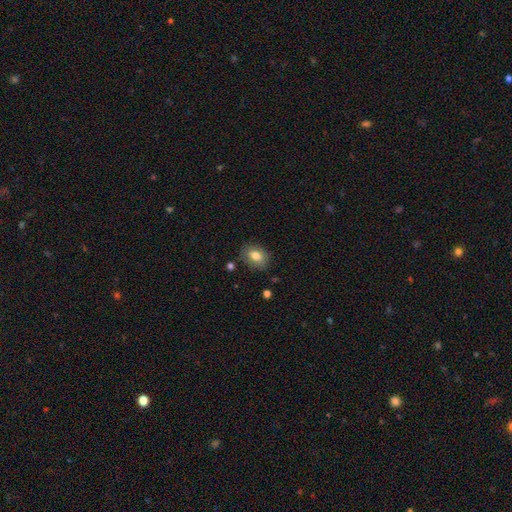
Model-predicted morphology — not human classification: A smooth galaxy with no disk features (79%) that is in between round and cigar-shaped (71%).

Vote fractions:
- Smooth or featured? smooth: 79% / featured or disk: 13% / star or artifact: 8%
- How rounded? in between: 71% / round: 27% / cigar-shaped: 1%
- Merging? none: 82% / minor disturbance: 14% / major disturbance: 3% / merger: 2%